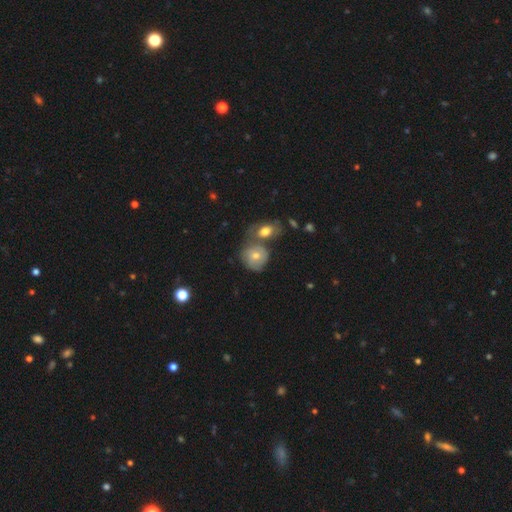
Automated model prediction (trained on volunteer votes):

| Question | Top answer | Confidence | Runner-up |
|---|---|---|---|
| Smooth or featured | smooth | 56% | featured or disk (35%) |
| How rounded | round | 75% | in between (23%) |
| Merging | none | 42% | merger (38%) |